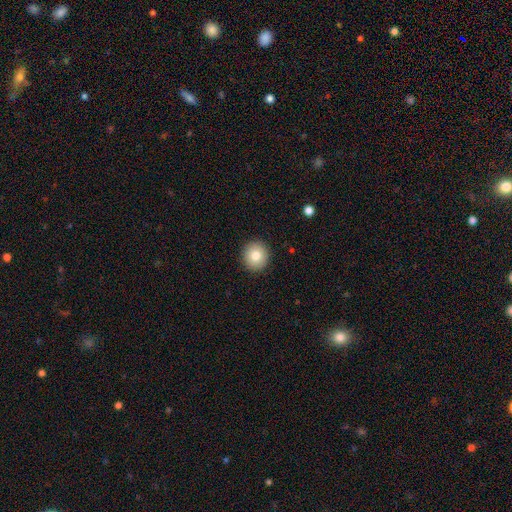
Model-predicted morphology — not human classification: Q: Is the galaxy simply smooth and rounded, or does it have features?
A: smooth — 79%.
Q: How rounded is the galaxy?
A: round — 93%.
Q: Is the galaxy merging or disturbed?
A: none — 92%.